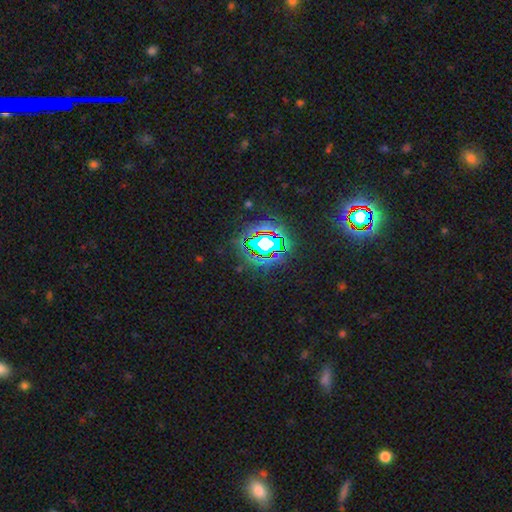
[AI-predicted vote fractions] Overall: star or artifact (78%).